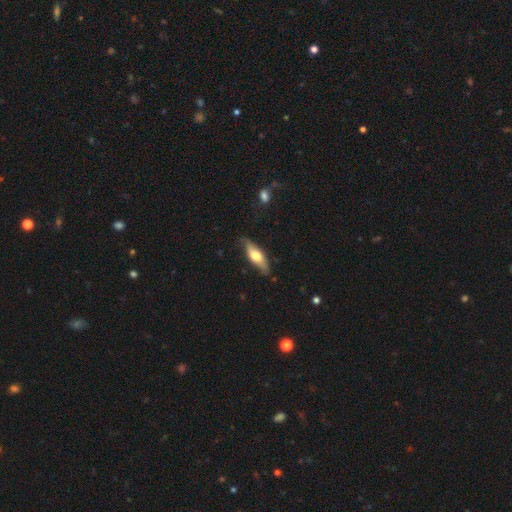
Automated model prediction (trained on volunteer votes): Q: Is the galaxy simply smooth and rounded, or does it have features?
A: smooth — 55%.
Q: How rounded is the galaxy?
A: in between — 54%.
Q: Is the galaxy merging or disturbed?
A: none — 76%.